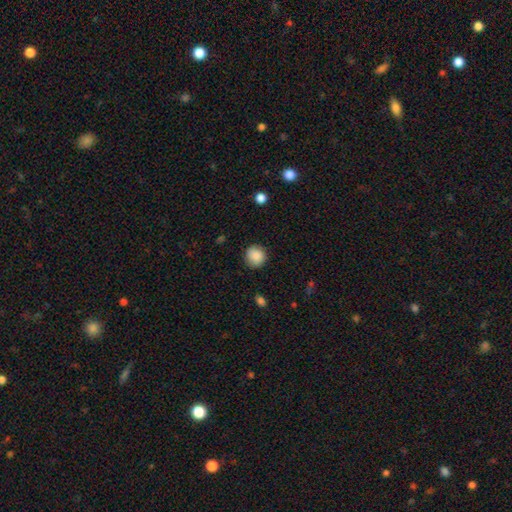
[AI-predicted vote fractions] A smooth galaxy with no disk features (88%) that is round (91%). Merging: none (86%).